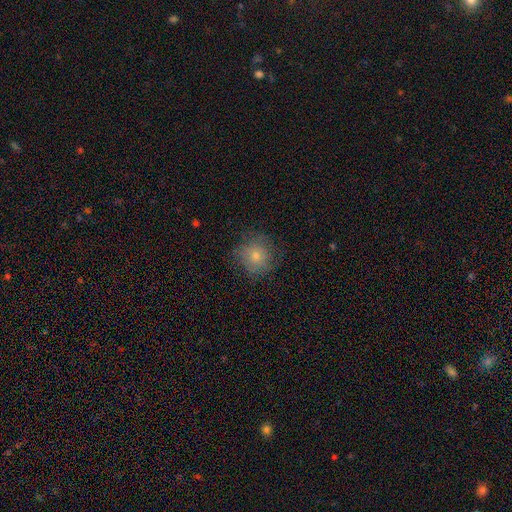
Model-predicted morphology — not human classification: A smooth galaxy with no disk features (63%) that is round (91%). Merging: none (77%).